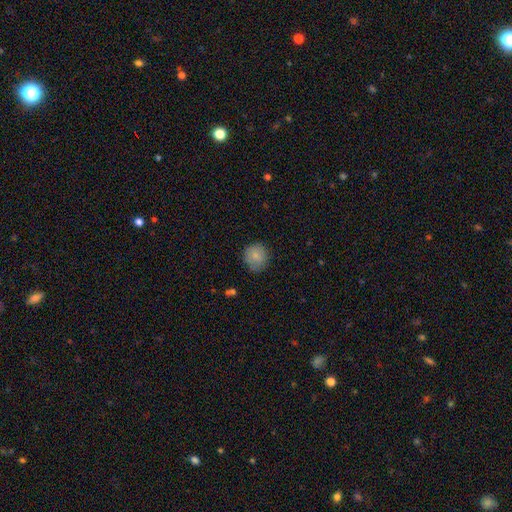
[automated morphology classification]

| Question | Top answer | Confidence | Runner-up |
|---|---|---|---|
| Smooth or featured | smooth | 83% | featured or disk (9%) |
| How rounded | round | 87% | in between (12%) |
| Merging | none | 76% | minor disturbance (19%) |